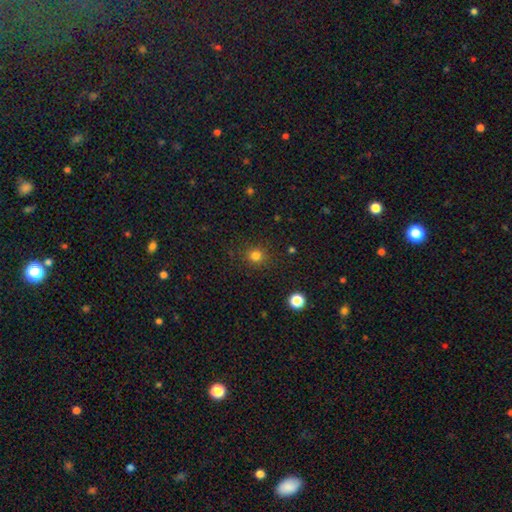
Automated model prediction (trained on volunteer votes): Morphology: type=smooth (80%); roundness=round (91%); merging=none (89%).